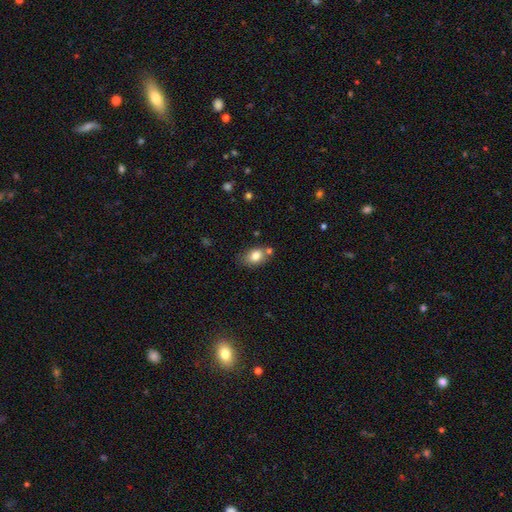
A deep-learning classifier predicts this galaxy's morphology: Smooth or featured? smooth (80%)
How rounded? in between (74%)
Merging? none (66%)